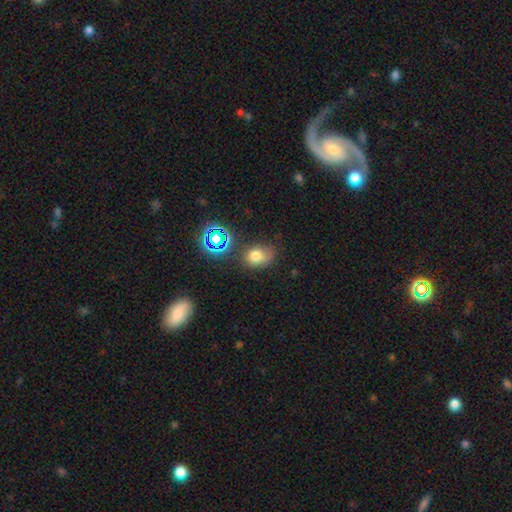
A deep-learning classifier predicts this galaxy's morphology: Smooth or featured? smooth (68%)
How rounded? in between (65%)
Merging? none (58%)